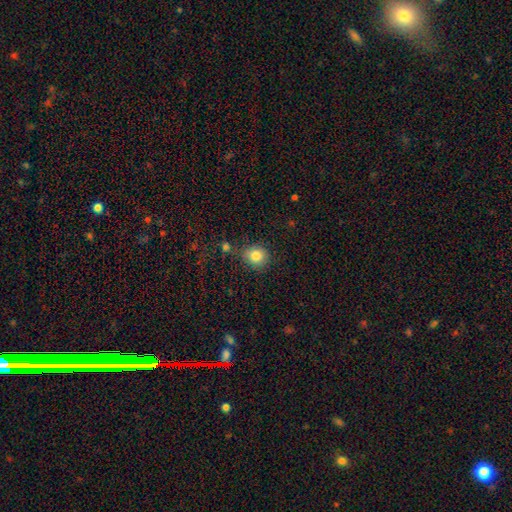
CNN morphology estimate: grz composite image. It shows a smooth galaxy with no disk features (84%) that is round (86%). Merging: none (80%).